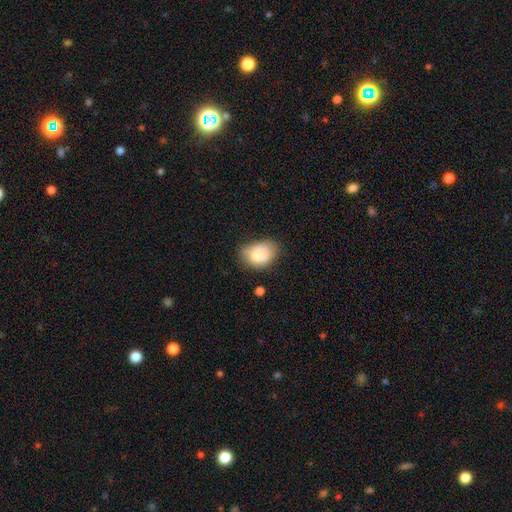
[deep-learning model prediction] A smooth galaxy with no disk features (73%) that is in between round and cigar-shaped (72%).

Vote fractions:
- Smooth or featured? smooth: 73% / featured or disk: 19% / star or artifact: 8%
- How rounded? in between: 72% / round: 27% / cigar-shaped: 1%
- Merging? none: 49% / minor disturbance: 31% / merger: 10% / major disturbance: 10%